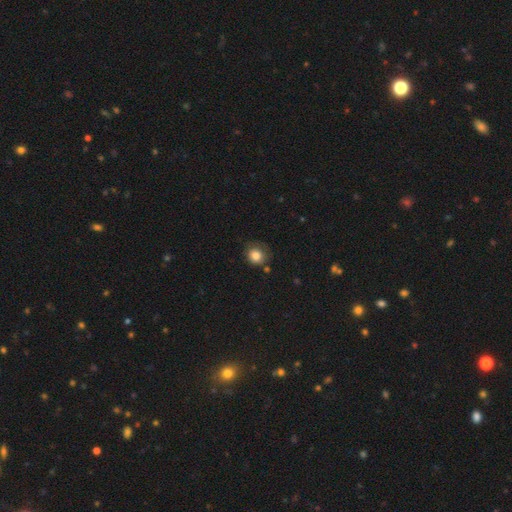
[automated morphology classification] This is clearly a smooth galaxy (81%). How rounded: clearly round (81%). Merging: likely none (64%).